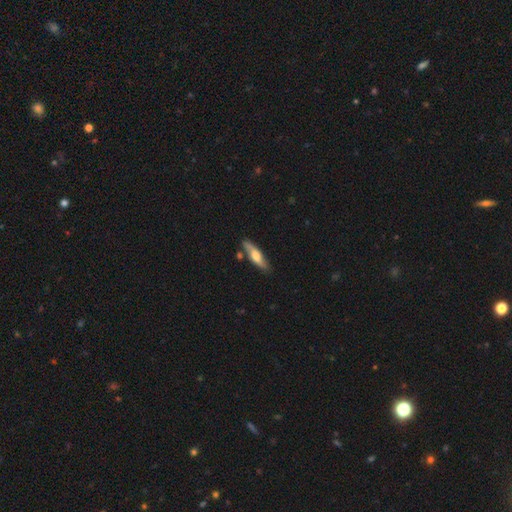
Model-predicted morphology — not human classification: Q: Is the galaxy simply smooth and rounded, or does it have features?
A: featured or disk — 48%.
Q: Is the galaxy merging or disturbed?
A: none — 75%.